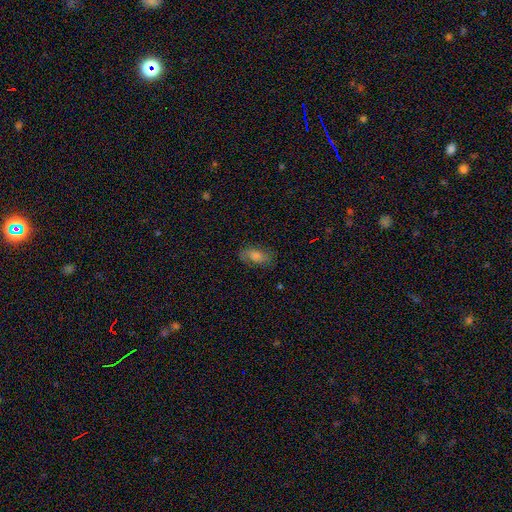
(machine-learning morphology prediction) Smooth or featured? smooth (57%)
How rounded? in between (83%)
Merging? none (79%)